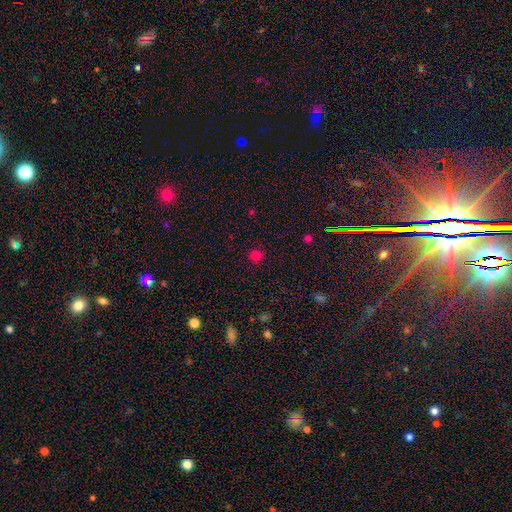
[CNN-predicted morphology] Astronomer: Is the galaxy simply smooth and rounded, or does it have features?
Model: smooth — 79%.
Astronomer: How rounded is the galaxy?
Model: round — 92%.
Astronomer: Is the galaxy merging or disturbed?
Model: none — 91%.